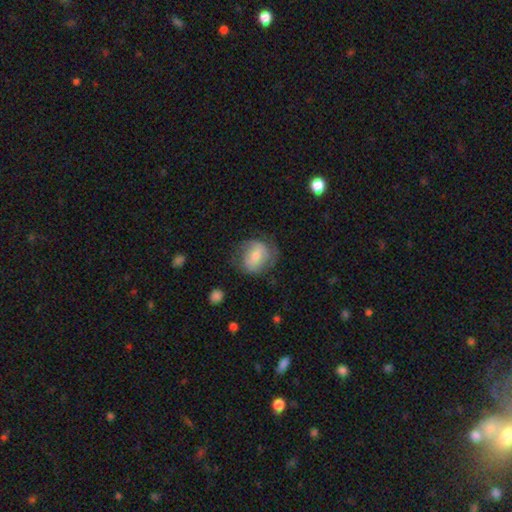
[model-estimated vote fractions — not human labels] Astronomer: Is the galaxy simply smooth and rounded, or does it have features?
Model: smooth — 57% (runner-up: featured or disk, 36%).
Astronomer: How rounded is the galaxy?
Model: round — 60% (runner-up: in between, 39%).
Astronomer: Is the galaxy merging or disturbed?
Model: none — 60%.